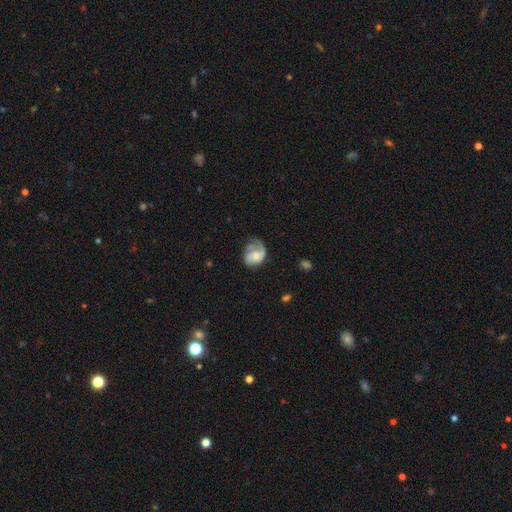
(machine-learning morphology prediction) type=featured or disk (67%); edge-on=no (98%); bar=no (68%); spiral arms=yes (87%); winding=medium (41%); arm count=1 (43%); bulge=moderate (40%); merging=none (39%).